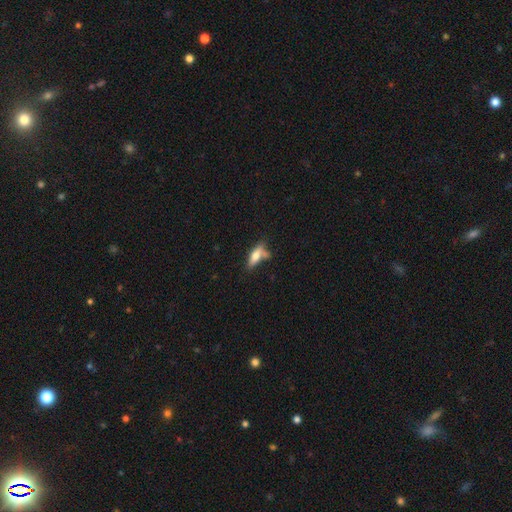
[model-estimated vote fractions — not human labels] A smooth galaxy with no disk features (64%) that is in between round and cigar-shaped (56%). Merging: none (51%).